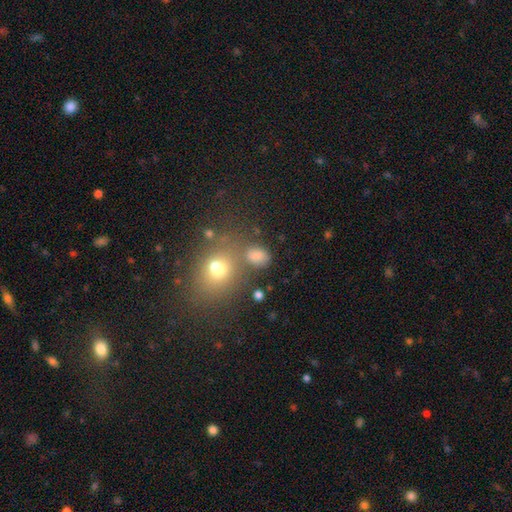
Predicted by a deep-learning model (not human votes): Smooth or featured? Predicted: smooth (p=0.71). How rounded? Predicted: in between (p=0.63). Merging? Predicted: none (p=0.53).